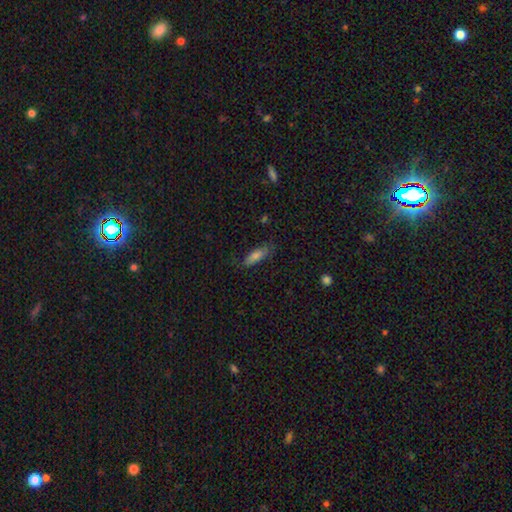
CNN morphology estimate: A smooth galaxy with no disk features (74%) that is in between round and cigar-shaped (53%). Merging: none (74%).